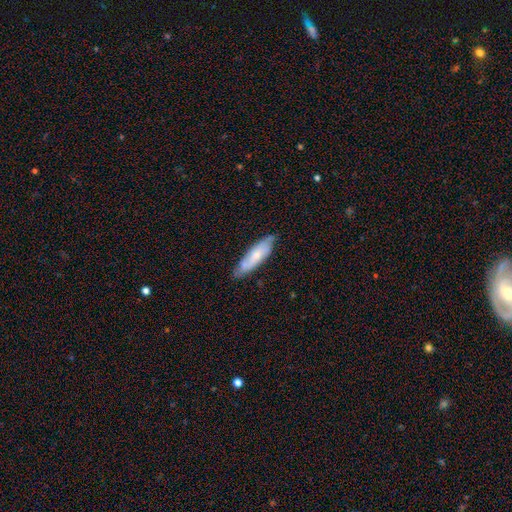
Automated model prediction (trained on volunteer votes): smooth-or-featured: smooth: 49% | featured or disk: 45% | star or artifact: 6%
  merging: none: 75% | minor disturbance: 20% | major disturbance: 3% | merger: 2%